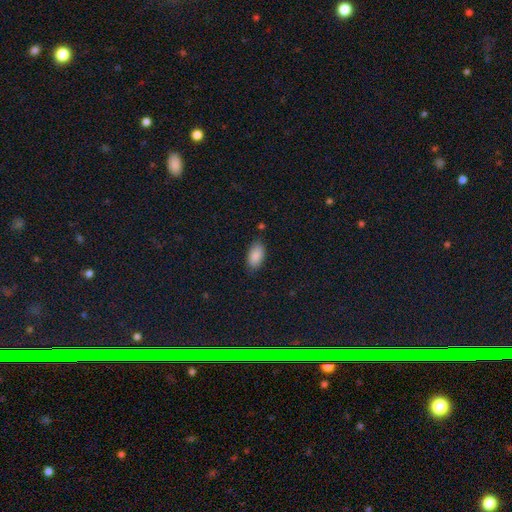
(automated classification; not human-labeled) Smooth or featured? Predicted: smooth (p=0.89). How rounded? Predicted: in between (p=0.94). Merging? Predicted: none (p=0.80).